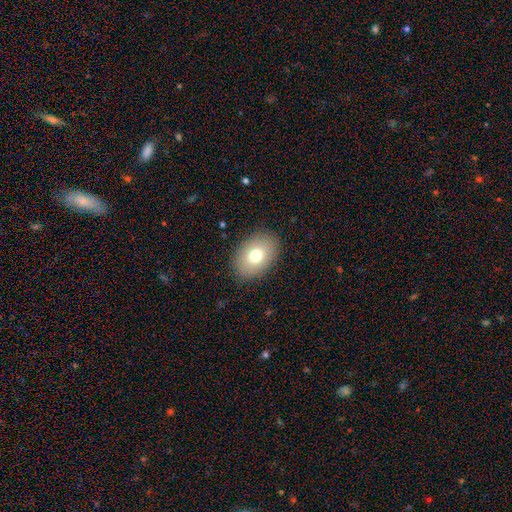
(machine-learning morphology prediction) type=smooth (76%); roundness=in between (79%); merging=none (88%).